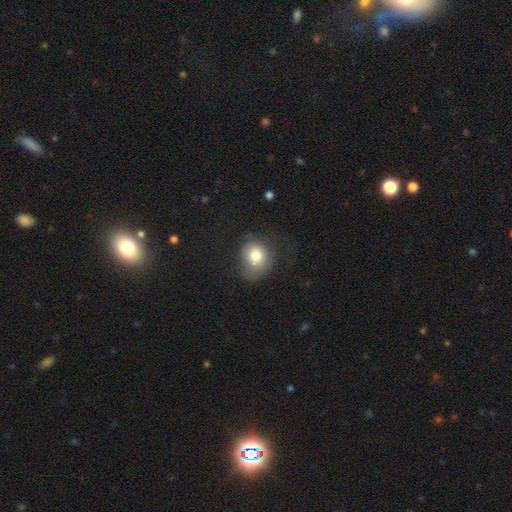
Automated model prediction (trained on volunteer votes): smooth-or-featured: smooth: 78% | featured or disk: 13% | star or artifact: 9%
  how-rounded: round: 61% | in between: 38% | cigar-shaped: 1%
  merging: none: 50% | minor disturbance: 29% | major disturbance: 20% | merger: 2%